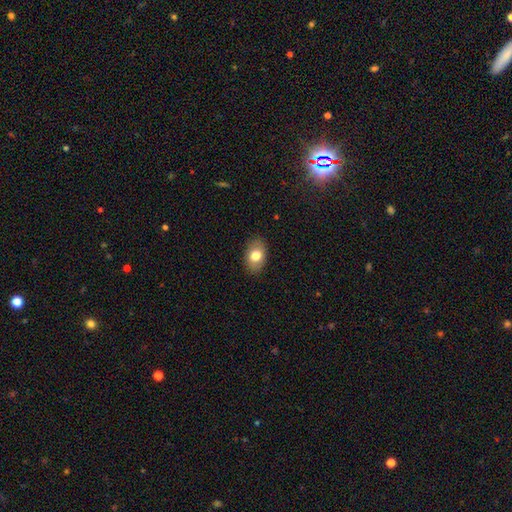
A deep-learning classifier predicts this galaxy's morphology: Smooth or featured? Predicted: smooth (p=0.78). How rounded? Predicted: in between (p=0.85). Merging? Predicted: none (p=0.87).